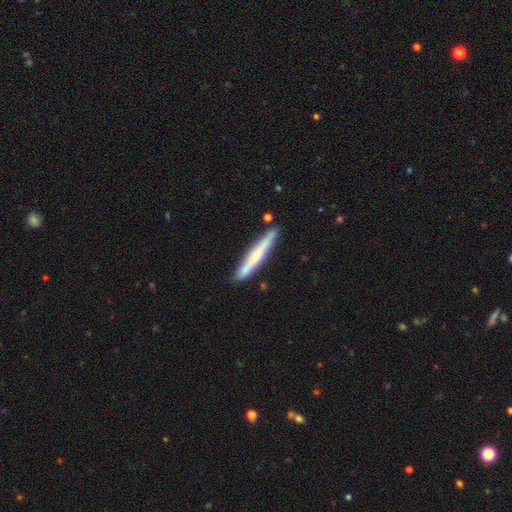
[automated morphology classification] A smooth galaxy with no disk features (50%) that is cigar-shaped (96%). Merging: none (84%).